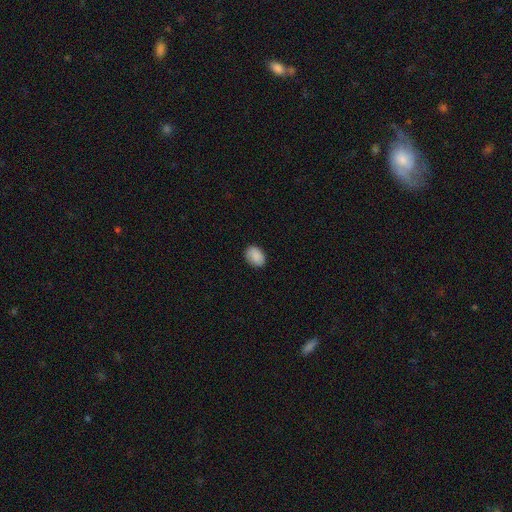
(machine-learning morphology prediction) The model was most divided on "how rounded": in between: 72%, round: 26%, cigar-shaped: 1%. More confident: smooth or featured — smooth (88%); merging — none (84%).